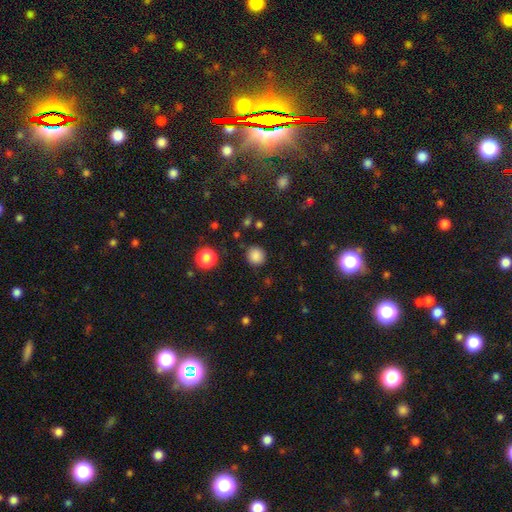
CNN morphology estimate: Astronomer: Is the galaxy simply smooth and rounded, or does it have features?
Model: smooth — 84%.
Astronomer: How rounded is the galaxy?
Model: round — 91%.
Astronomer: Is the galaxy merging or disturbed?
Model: none — 86%.